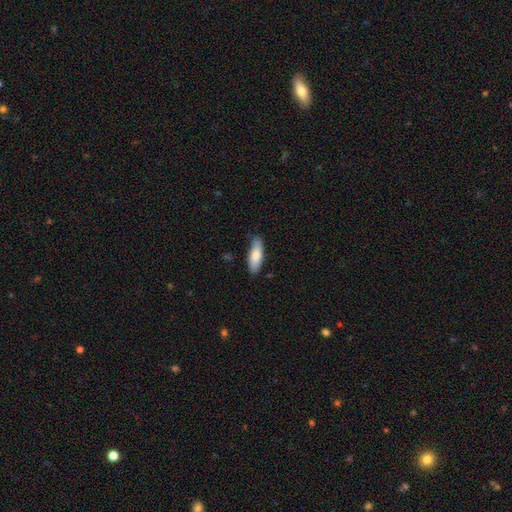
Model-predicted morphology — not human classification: smooth_or_featured: smooth (p=0.81) [alt: featured or disk p=0.13]
how_rounded: in between (p=0.64) [alt: cigar-shaped p=0.35]
merging: none (p=0.80) [alt: minor disturbance p=0.16]